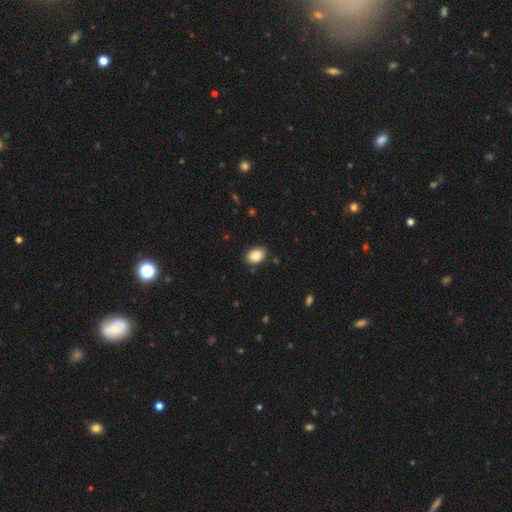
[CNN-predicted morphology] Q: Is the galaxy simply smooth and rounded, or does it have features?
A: smooth — 86%.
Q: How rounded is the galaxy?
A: in between — 80%.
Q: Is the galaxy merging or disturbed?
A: none — 87%.